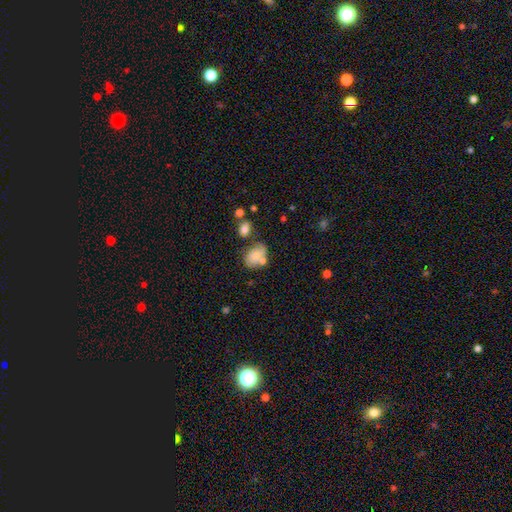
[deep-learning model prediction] Smooth or featured: smooth — 75% (featured or disk — 16%)
How rounded: in between — 75% (round — 24%)
Merging: none — 51% (minor disturbance — 22%)